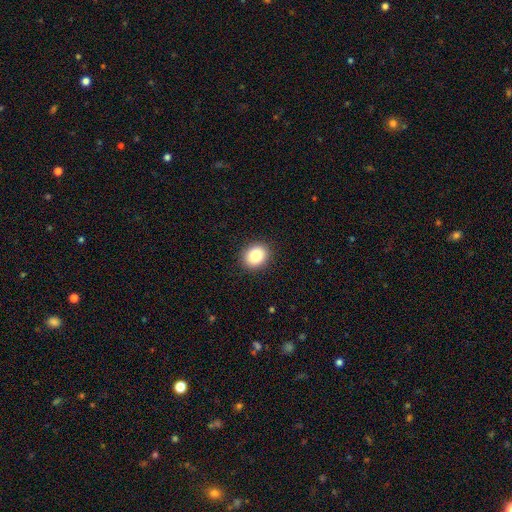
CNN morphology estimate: Smooth or featured? smooth (85%)
How rounded? round (60%)
Merging? none (90%)